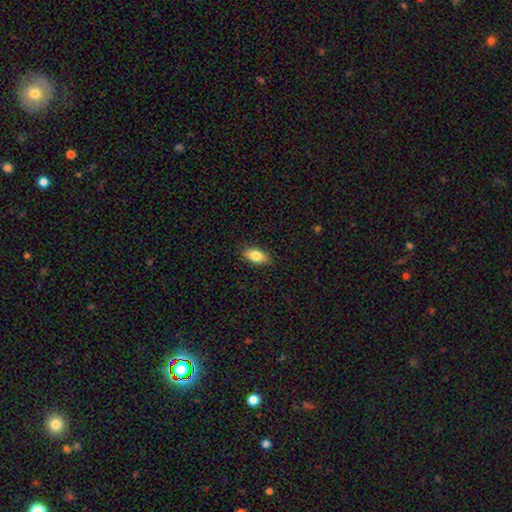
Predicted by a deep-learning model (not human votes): This appears to be a smooth galaxy with no disk features (82%) that is in between round and cigar-shaped (89%). Merging: none (88%).